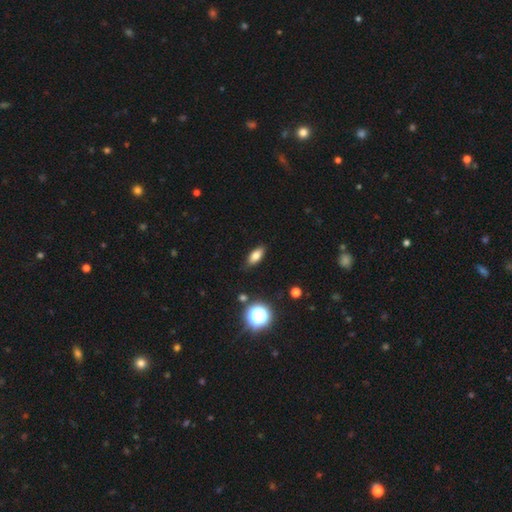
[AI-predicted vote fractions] A smooth galaxy with no disk features (76%) that is in between round and cigar-shaped (81%). Merging: none (86%).